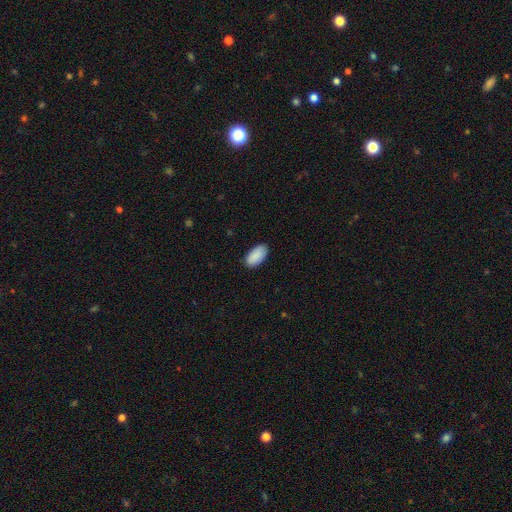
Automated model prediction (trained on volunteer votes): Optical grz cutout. It shows a smooth galaxy with no disk features (90%) that is in between round and cigar-shaped (95%). Merging: none (86%).